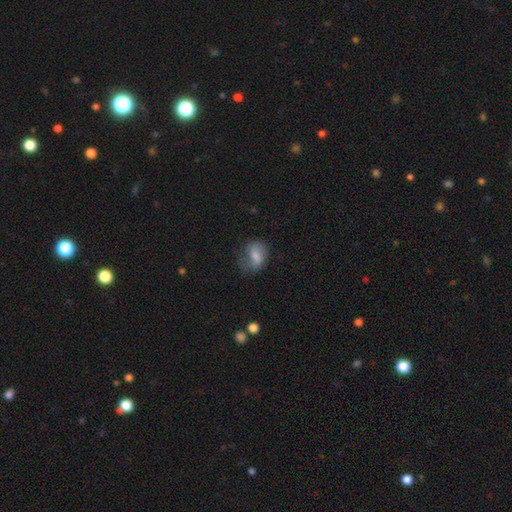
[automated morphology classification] Smooth or featured? Predicted: smooth (p=0.64). How rounded? Predicted: in between (p=0.68). Merging? Predicted: none (p=0.47).